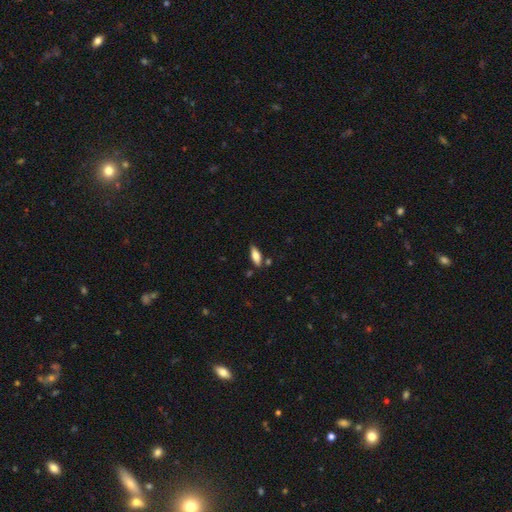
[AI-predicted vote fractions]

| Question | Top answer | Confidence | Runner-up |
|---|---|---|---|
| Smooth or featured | smooth | 71% | featured or disk (22%) |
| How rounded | in between | 73% | cigar-shaped (25%) |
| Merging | none | 80% | minor disturbance (13%) |